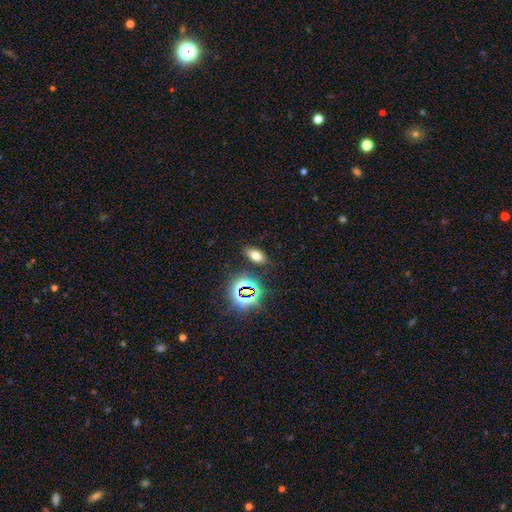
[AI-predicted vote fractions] This is likely a smooth galaxy (65%). How rounded: clearly in between (84%). Merging: clearly none (85%).